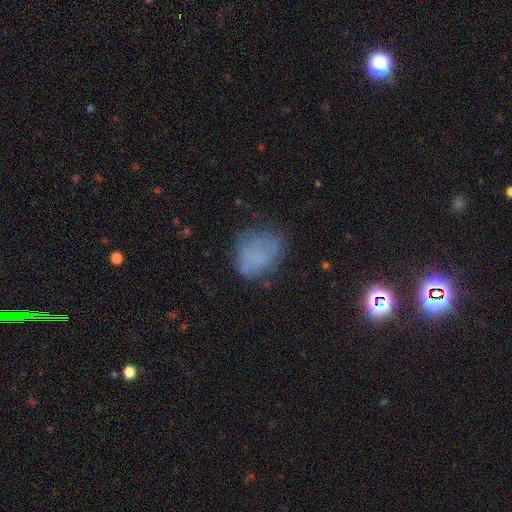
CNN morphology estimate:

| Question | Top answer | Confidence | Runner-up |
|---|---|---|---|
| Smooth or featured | smooth | 59% | featured or disk (21%) |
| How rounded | in between | 50% | round (48%) |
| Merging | none | 58% | minor disturbance (25%) |